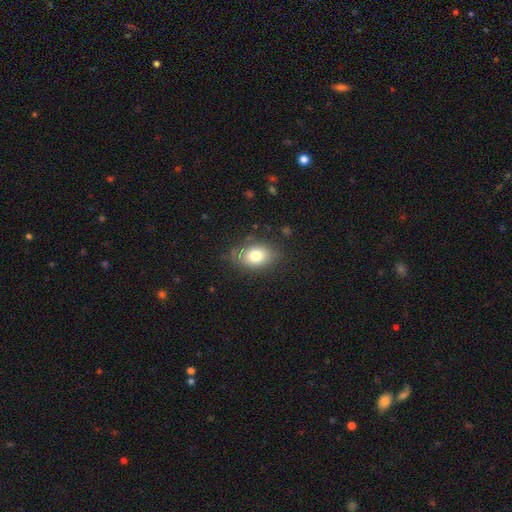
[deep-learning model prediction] This is likely a smooth galaxy (77%). How rounded: clearly in between (81%). Merging: likely none (76%).